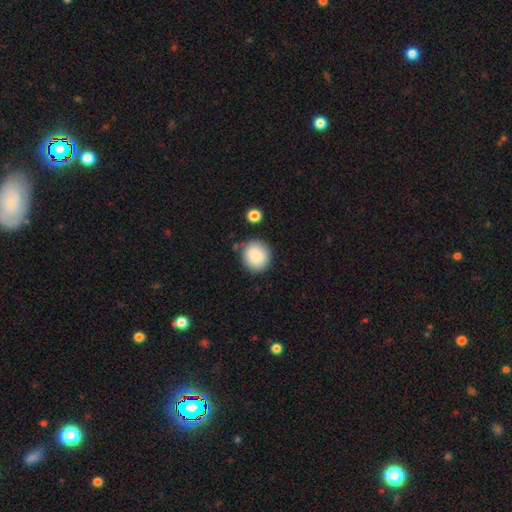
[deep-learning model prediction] smooth-or-featured: smooth: 87% | star or artifact: 7% | featured or disk: 6%
  how-rounded: round: 89% | in between: 10% | cigar-shaped: 1%
  merging: none: 82% | minor disturbance: 11% | merger: 4% | major disturbance: 3%